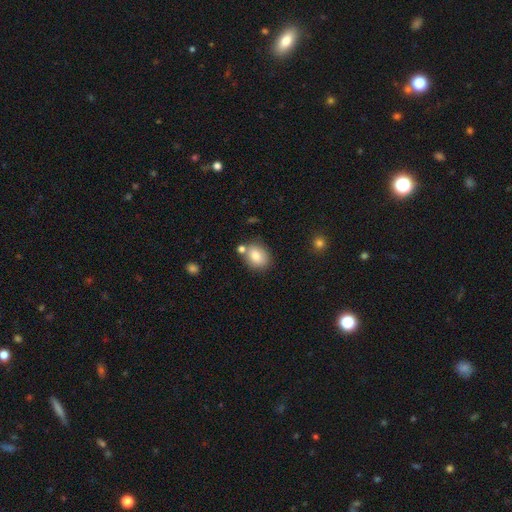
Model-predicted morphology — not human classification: smooth_or_featured: smooth (p=0.80) [alt: featured or disk p=0.11]
how_rounded: in between (p=0.52) [alt: round p=0.46]
merging: none (p=0.70) [alt: merger p=0.13]